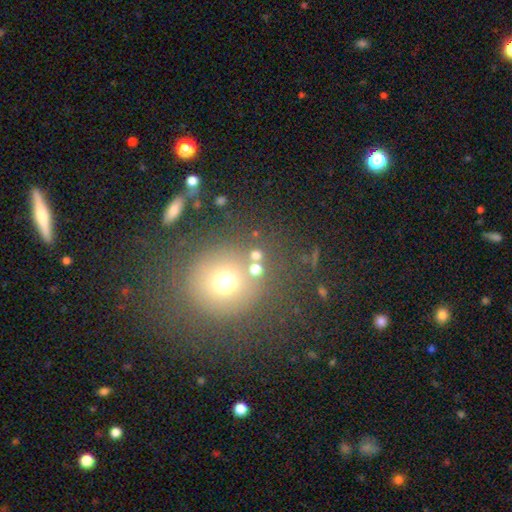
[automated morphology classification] Smooth or featured?
  - smooth: 63% *
  - star or artifact: 27%
  - featured or disk: 9%
How rounded?
  - round: 91% *
  - in between: 8%
  - cigar-shaped: 1%
Merging?
  - none: 71% *
  - merger: 16%
  - minor disturbance: 8%
  - major disturbance: 5%